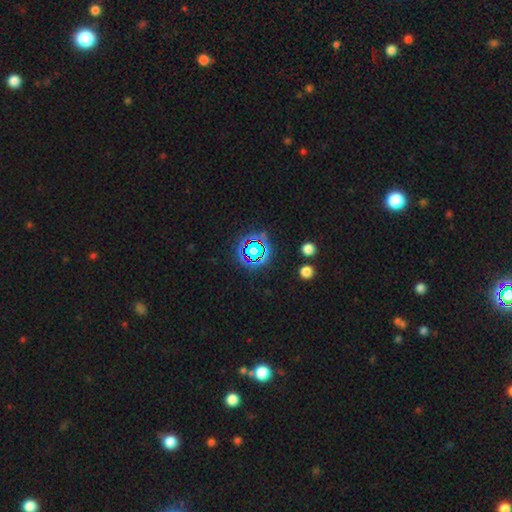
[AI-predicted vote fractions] Smooth or featured?
  - star or artifact: 70% *
  - smooth: 18%
  - featured or disk: 11%